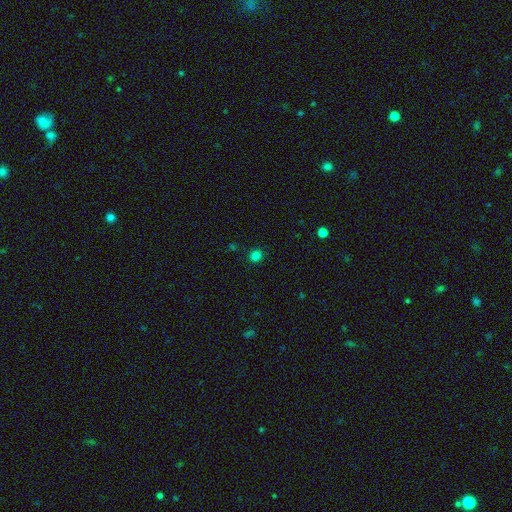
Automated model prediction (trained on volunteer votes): This appears to be a smooth galaxy with no disk features (80%) that is round (76%). Merging: none (89%).